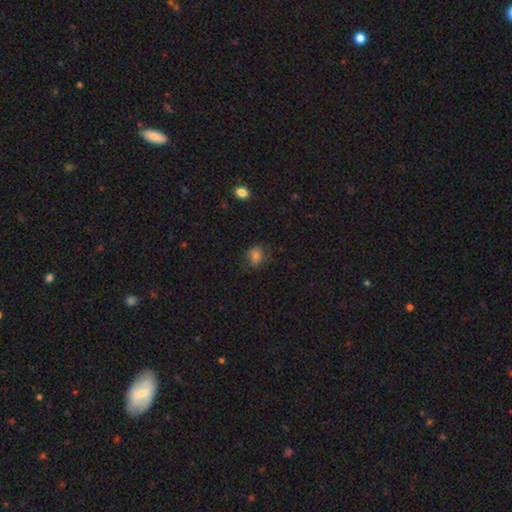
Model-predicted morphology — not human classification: Smooth or featured? smooth (73%)
How rounded? round (50%)
Merging? none (67%)